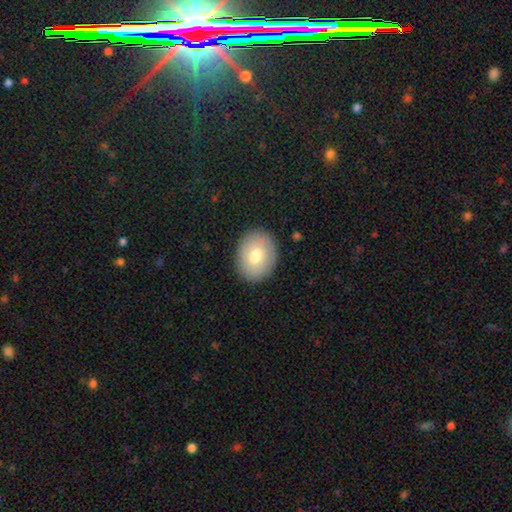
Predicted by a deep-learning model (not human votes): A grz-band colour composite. It shows a smooth galaxy with no disk features (72%) that is in between round and cigar-shaped (58%). Merging: none (88%).